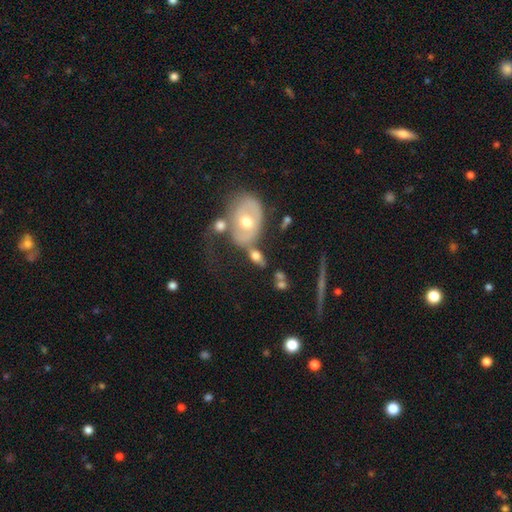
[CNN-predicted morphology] A smooth galaxy with no disk features (53%) that is in between round and cigar-shaped (79%).

Vote fractions:
- Smooth or featured? smooth: 53% / featured or disk: 38% / star or artifact: 9%
- How rounded? in between: 79% / round: 15% / cigar-shaped: 6%
- Merging? none: 38% / merger: 33% / minor disturbance: 16% / major disturbance: 12%